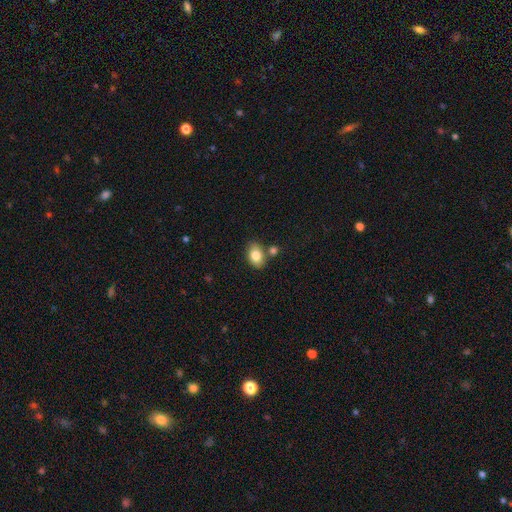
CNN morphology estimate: Q: Smooth or featured?
A: smooth (81%); runner-up: featured or disk (11%)
Q: How rounded?
A: in between (82%); runner-up: round (17%)
Q: Merging?
A: none (72%); runner-up: merger (13%)